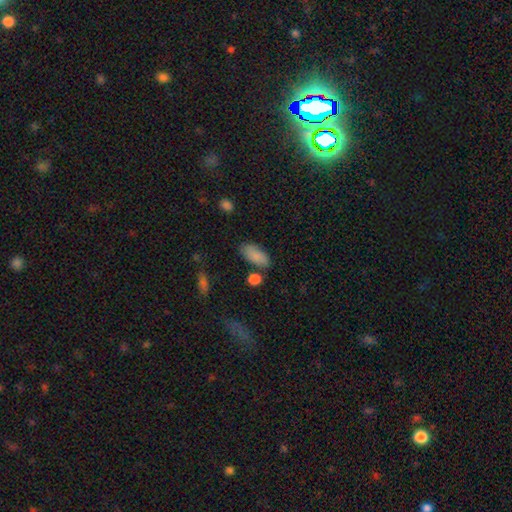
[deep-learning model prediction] Smooth or featured?
  - smooth: 86% *
  - star or artifact: 8%
  - featured or disk: 6%
How rounded?
  - in between: 90% *
  - cigar-shaped: 7%
  - round: 3%
Merging?
  - none: 71% *
  - minor disturbance: 16%
  - merger: 8%
  - major disturbance: 5%